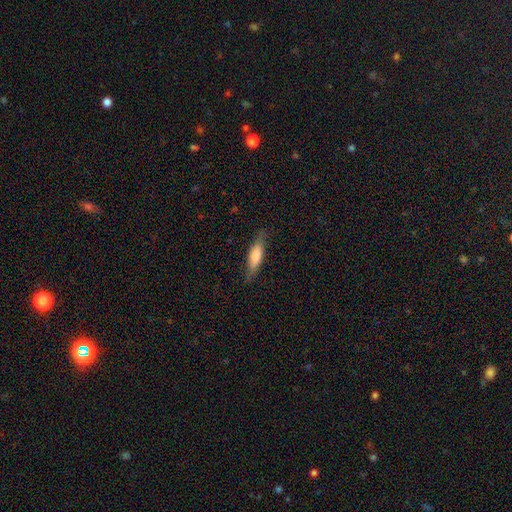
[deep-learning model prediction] This is likely a smooth galaxy (73%). How rounded: possibly cigar-shaped (58%). Merging: likely none (78%).